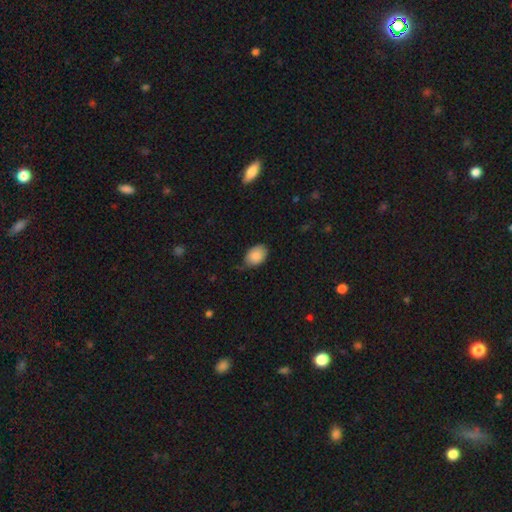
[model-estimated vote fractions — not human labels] smooth 86%, star or artifact 7%, featured or disk 7%. Down the decision tree: how rounded — in between (81%); merging — none (60%).